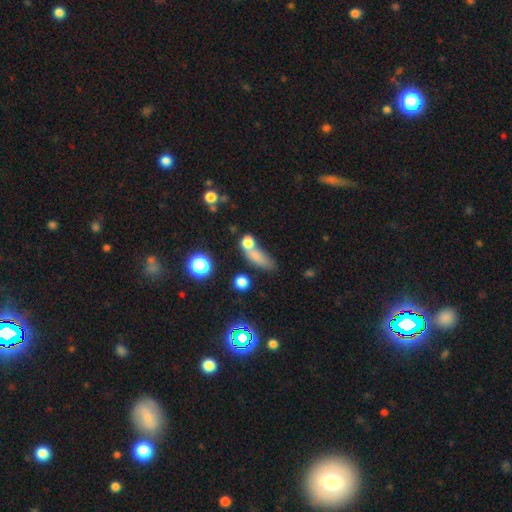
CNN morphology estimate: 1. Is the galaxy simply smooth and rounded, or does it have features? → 68% smooth, 16% star or artifact, 16% featured or disk.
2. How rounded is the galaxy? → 48% in between, 33% cigar-shaped, 19% round.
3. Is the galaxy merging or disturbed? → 38% merger, 35% none, 14% minor disturbance, 12% major disturbance.